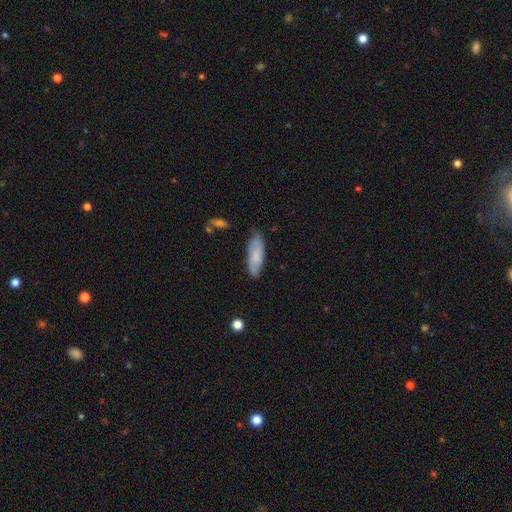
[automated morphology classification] A smooth galaxy with no disk features (66%) that is in between round and cigar-shaped (57%). Merging: none (75%).